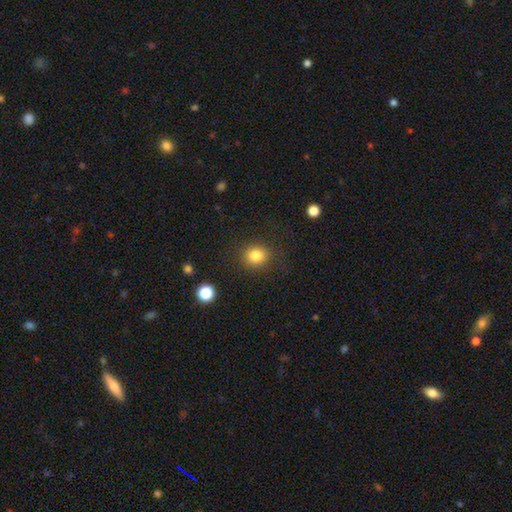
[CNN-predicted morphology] Smooth or featured? Predicted: smooth (p=0.83). How rounded? Predicted: round (p=0.80). Merging? Predicted: none (p=0.85).